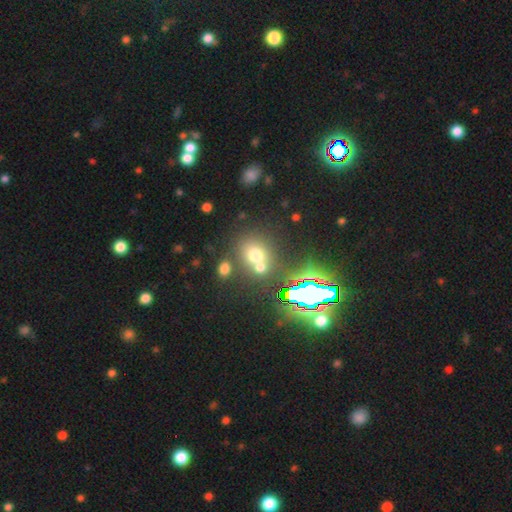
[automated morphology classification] type=smooth (62%); roundness=round (68%); merging=none (49%).